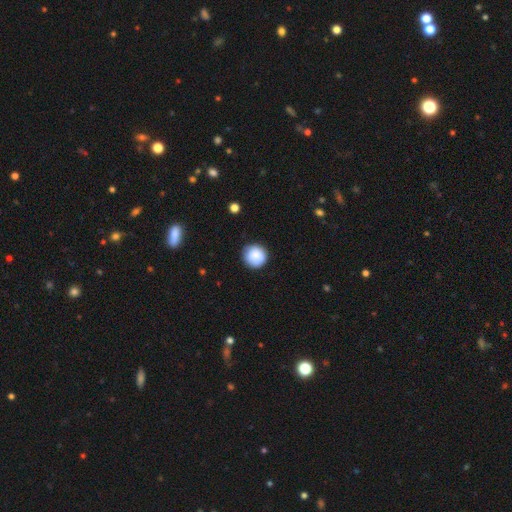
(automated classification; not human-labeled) A smooth galaxy with no disk features (87%) that is round (94%). Merging: none (84%).